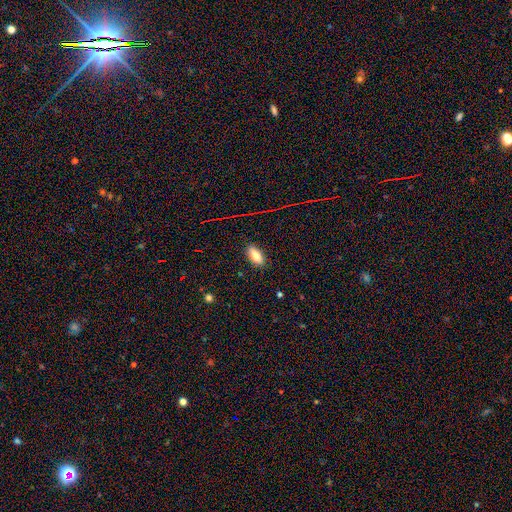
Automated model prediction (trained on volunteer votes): This is likely a smooth galaxy (75%). How rounded: clearly in between (86%). Merging: clearly none (87%).